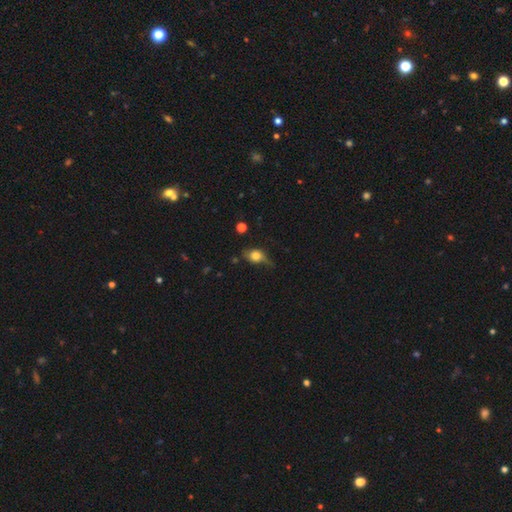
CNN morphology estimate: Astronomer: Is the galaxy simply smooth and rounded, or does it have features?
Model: smooth — 70%.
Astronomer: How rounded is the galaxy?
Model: in between — 51% (runner-up: round, 45%).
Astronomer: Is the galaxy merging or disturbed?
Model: none — 44% (runner-up: minor disturbance, 36%).